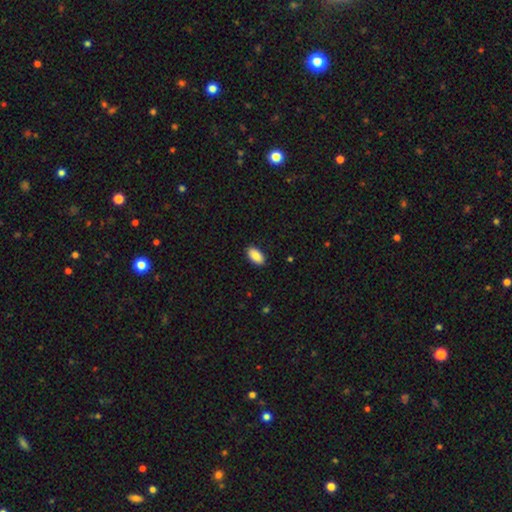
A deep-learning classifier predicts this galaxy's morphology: Smooth or featured?
  - smooth: 88% *
  - star or artifact: 7%
  - featured or disk: 6%
How rounded?
  - in between: 94% *
  - cigar-shaped: 4%
  - round: 3%
Merging?
  - none: 89% *
  - minor disturbance: 8%
  - major disturbance: 2%
  - merger: 1%